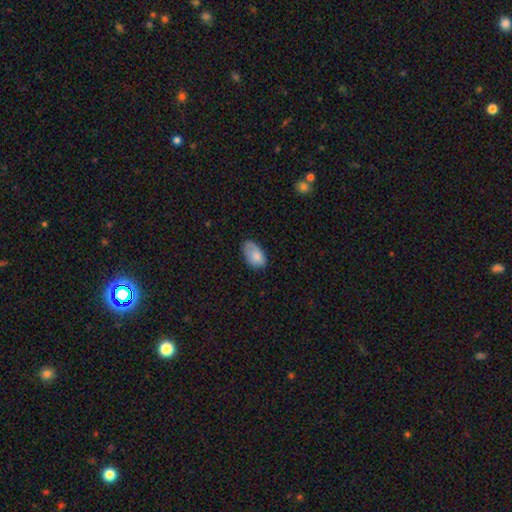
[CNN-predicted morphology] This is clearly a smooth galaxy (82%). How rounded: clearly in between (93%). Merging: likely none (62%).